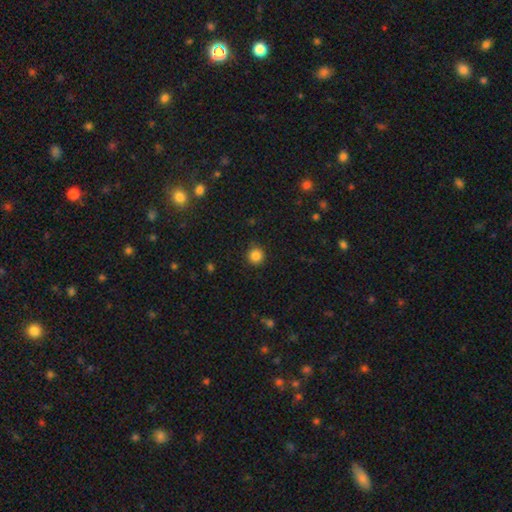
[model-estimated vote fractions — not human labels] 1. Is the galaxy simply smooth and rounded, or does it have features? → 85% smooth, 11% star or artifact, 4% featured or disk.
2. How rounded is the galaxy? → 94% round, 5% in between, 1% cigar-shaped.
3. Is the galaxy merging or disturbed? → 89% none, 8% minor disturbance, 2% major disturbance, 1% merger.